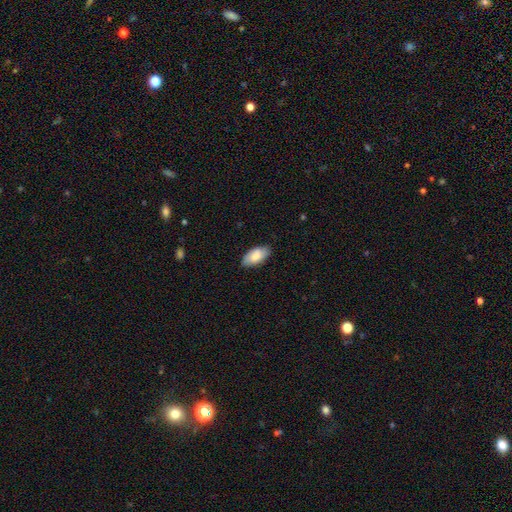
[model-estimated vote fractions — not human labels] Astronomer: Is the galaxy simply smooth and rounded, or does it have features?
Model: smooth — 82%.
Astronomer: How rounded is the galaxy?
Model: in between — 94%.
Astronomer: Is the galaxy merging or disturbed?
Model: none — 83%.